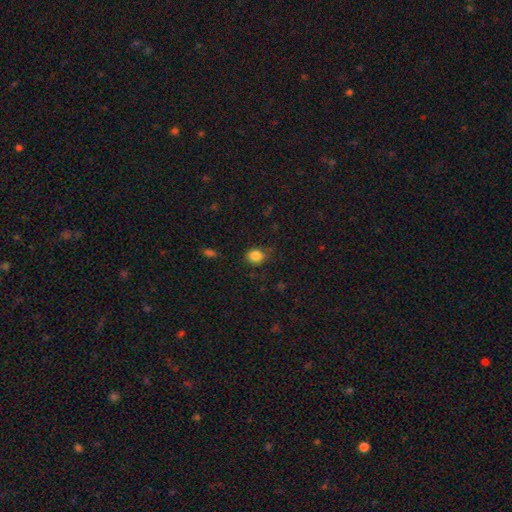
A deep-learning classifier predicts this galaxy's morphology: Smooth or featured: smooth — 85% (star or artifact — 10%)
How rounded: round — 65% (in between — 34%)
Merging: none — 77% (minor disturbance — 17%)